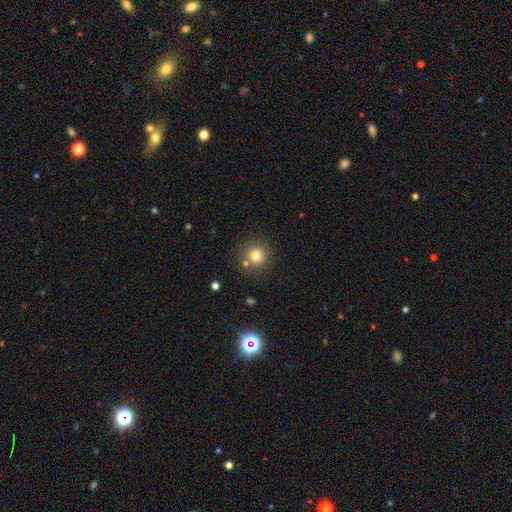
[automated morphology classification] smooth 77%, star or artifact 13%, featured or disk 10%. Down the decision tree: how rounded — round (94%); merging — none (77%).